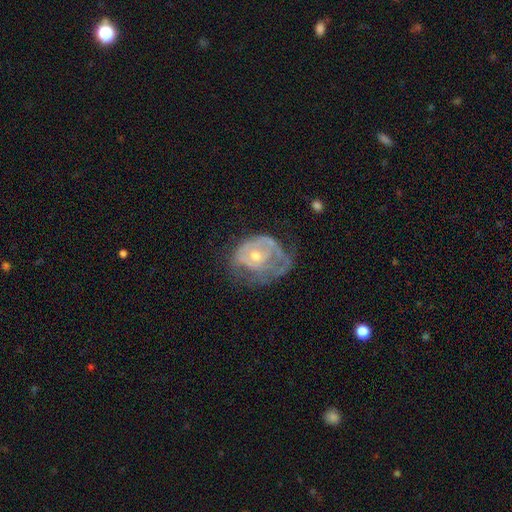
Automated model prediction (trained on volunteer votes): smooth_or_featured: featured or disk (p=0.69) [alt: smooth p=0.24]
disk_edge_on: no (p=0.97) [alt: yes p=0.03]
bar: no (p=0.79) [alt: weak p=0.17]
has_spiral_arms: yes (p=0.55) [alt: no p=0.45]
bulge_size: moderate (p=0.49) [alt: small p=0.46]
merging: major disturbance (p=0.38) [alt: none p=0.33]